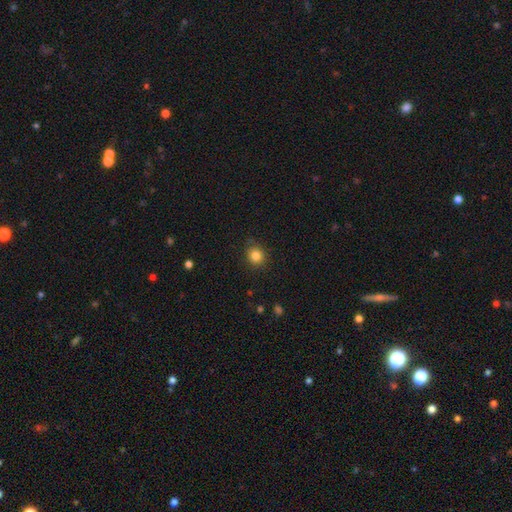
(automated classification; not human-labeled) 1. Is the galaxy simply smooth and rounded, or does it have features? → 84% smooth, 11% star or artifact, 5% featured or disk.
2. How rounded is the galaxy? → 82% round, 17% in between, 1% cigar-shaped.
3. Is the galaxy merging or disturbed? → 87% none, 9% minor disturbance, 2% major disturbance, 1% merger.